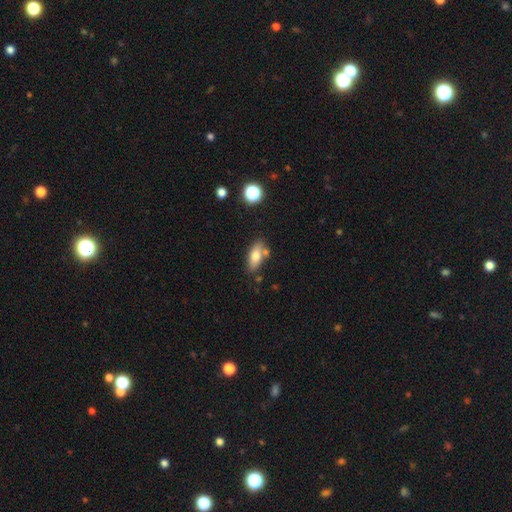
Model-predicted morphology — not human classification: Overall: smooth (73%). How rounded: in between (80%). Merging: none (68%).